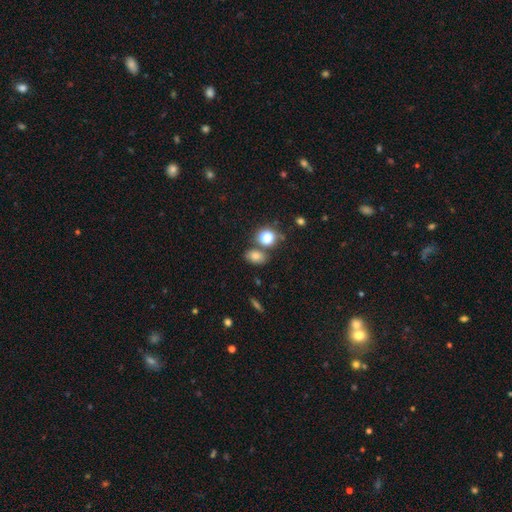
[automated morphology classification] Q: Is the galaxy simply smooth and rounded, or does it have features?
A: smooth — 74%.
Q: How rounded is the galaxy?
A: in between — 65%.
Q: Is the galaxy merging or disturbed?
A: none — 67%.